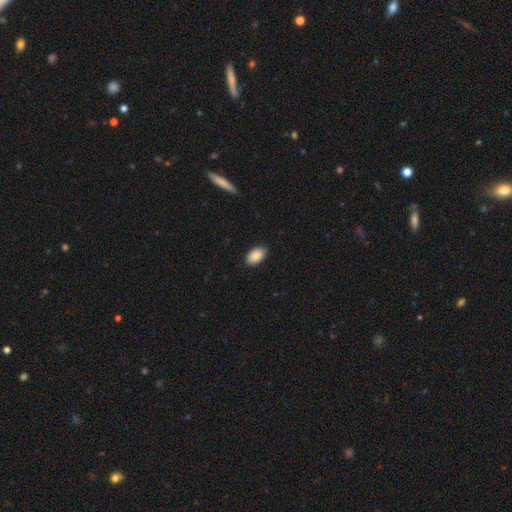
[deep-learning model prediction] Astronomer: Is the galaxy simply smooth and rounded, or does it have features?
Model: smooth — 89%.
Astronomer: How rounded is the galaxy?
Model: in between — 93%.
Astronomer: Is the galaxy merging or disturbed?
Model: none — 87%.